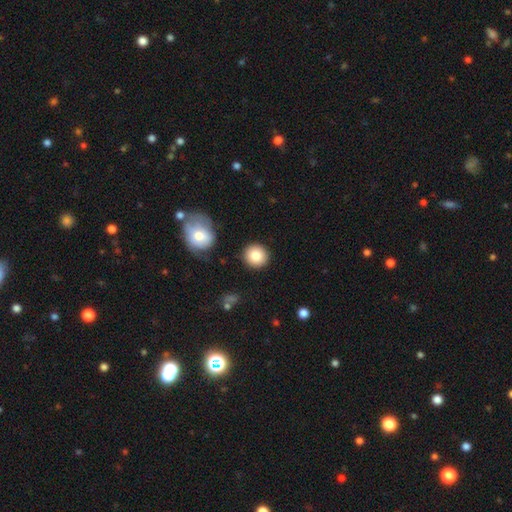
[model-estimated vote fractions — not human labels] Smooth or featured? Predicted: smooth (p=0.83). How rounded? Predicted: round (p=0.93). Merging? Predicted: none (p=0.89).